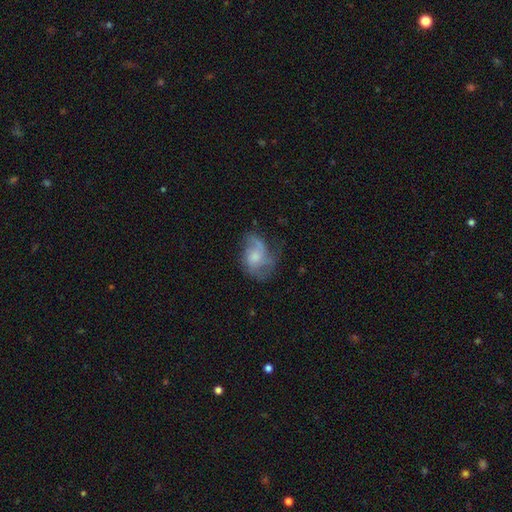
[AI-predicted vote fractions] smooth-or-featured: featured or disk: 61% | smooth: 31% | star or artifact: 8%
  disk-edge-on: no: 97% | yes: 3%
    bar: no: 69% | weak: 27% | strong: 3%
    has-spiral-arms: yes: 81% | no: 19%
    bulge-size: moderate: 41% | small: 29% | none: 17% | large: 11% | dominant: 2%
  merging: none: 47% | minor disturbance: 26% | major disturbance: 25% | merger: 2%